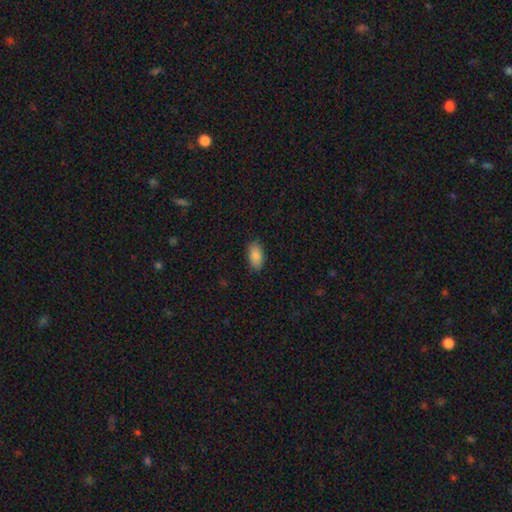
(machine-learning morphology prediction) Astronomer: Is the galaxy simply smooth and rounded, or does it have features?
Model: smooth — 87%.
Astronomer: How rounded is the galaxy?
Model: in between — 93%.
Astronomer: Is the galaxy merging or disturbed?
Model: none — 86%.